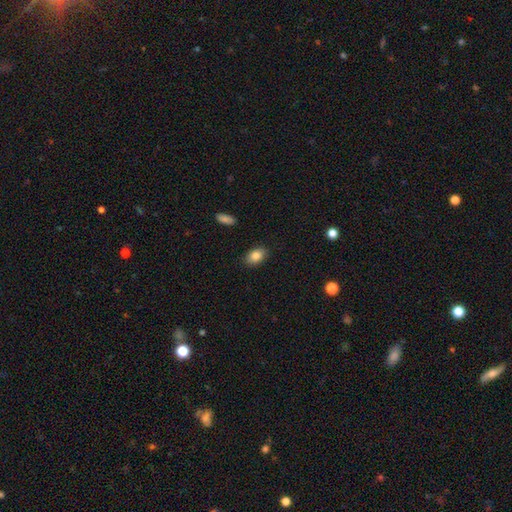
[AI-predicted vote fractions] Smooth or featured? smooth (84%)
How rounded? in between (86%)
Merging? none (87%)